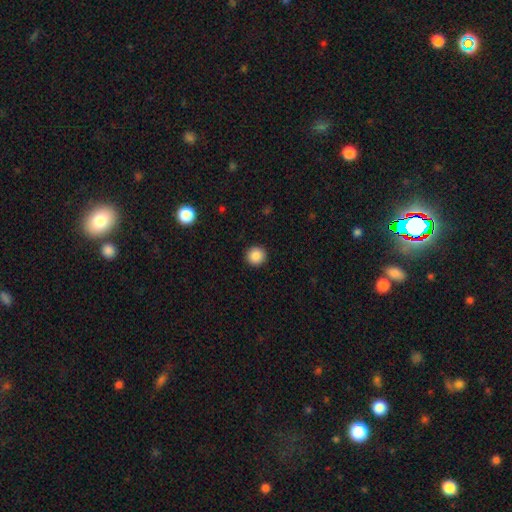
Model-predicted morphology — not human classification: smooth-or-featured: smooth: 86% | star or artifact: 10% | featured or disk: 4%
  how-rounded: round: 94% | in between: 5% | cigar-shaped: 1%
  merging: none: 93% | minor disturbance: 5% | major disturbance: 2% | merger: 1%